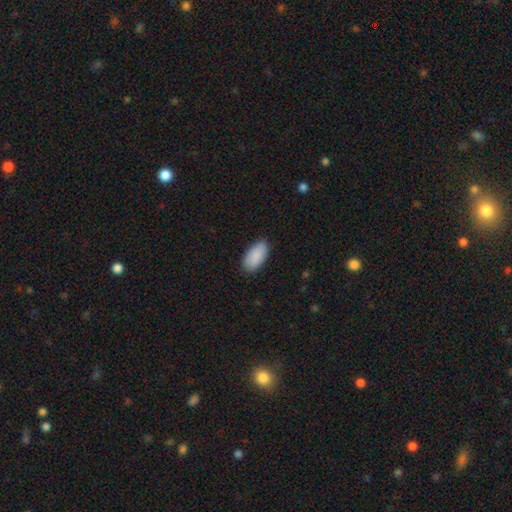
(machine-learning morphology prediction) smooth_or_featured: smooth (p=0.90) [alt: star or artifact p=0.06]
how_rounded: in between (p=0.95) [alt: cigar-shaped p=0.03]
merging: none (p=0.86) [alt: minor disturbance p=0.11]